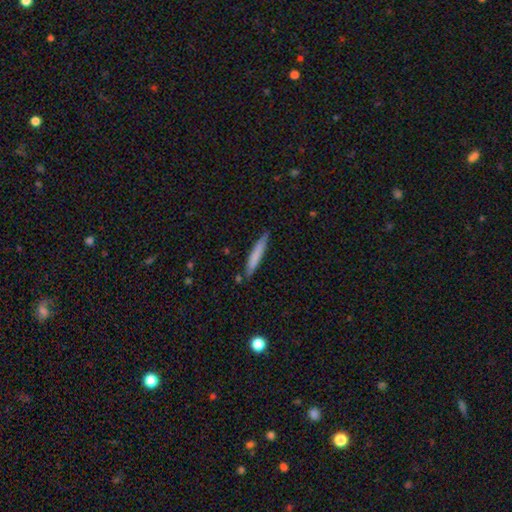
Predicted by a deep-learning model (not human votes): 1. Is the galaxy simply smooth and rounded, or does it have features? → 72% smooth, 22% featured or disk, 6% star or artifact.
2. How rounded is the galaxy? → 94% cigar-shaped, 5% in between, 1% round.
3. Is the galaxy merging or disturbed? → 83% none, 12% minor disturbance, 2% merger, 2% major disturbance.